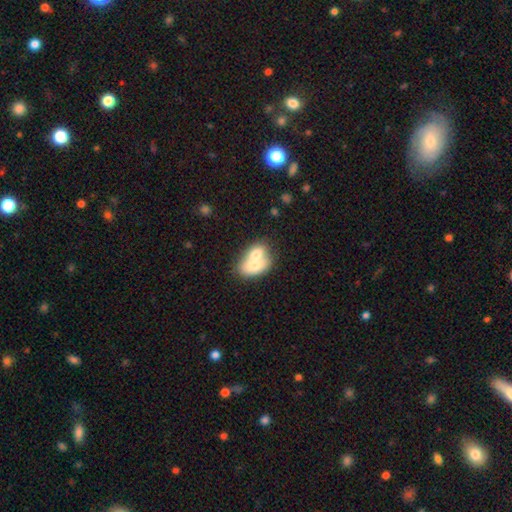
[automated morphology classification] type=smooth (66%); roundness=in between (79%); merging=merger (71%).